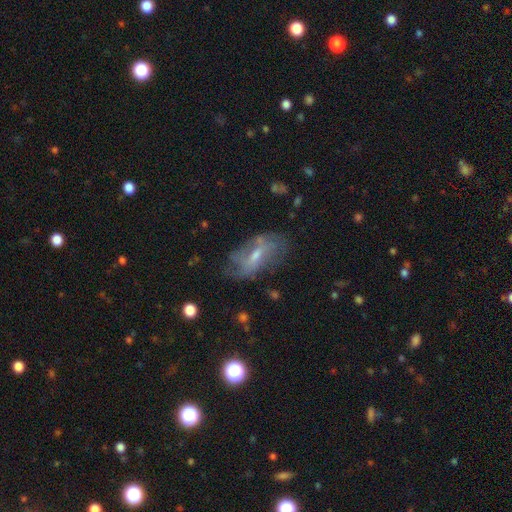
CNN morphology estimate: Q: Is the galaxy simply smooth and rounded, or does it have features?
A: featured or disk — 61%.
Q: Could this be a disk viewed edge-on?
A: no — 89%.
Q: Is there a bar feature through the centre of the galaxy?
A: weak — 47%.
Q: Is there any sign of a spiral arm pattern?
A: yes — 58%.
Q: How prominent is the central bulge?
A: small — 46%.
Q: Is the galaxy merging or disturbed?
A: none — 53%.